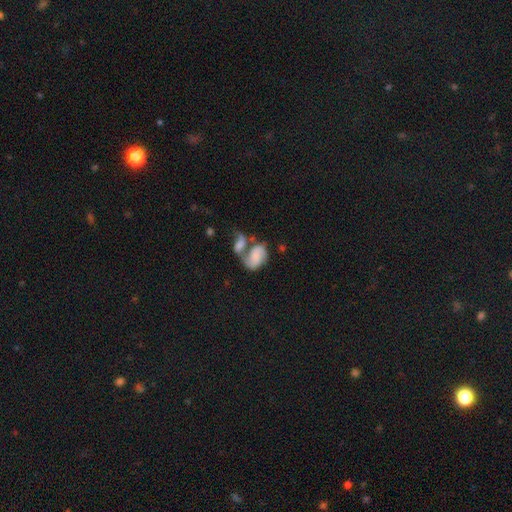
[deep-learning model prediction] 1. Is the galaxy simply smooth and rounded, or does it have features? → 50% featured or disk, 42% smooth, 8% star or artifact.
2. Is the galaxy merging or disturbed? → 62% merger, 18% none, 10% major disturbance, 10% minor disturbance.